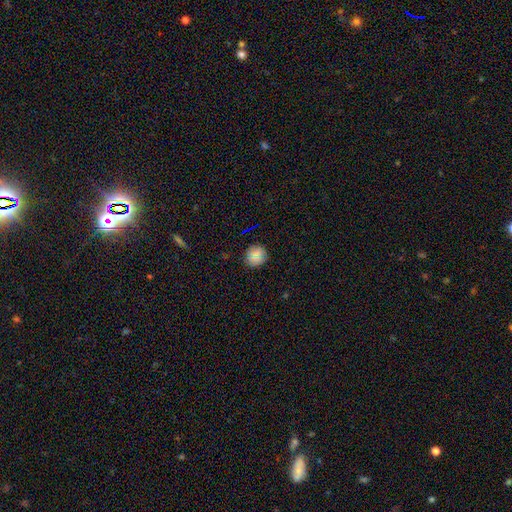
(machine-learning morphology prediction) A smooth galaxy with no disk features (77%) that is round (88%).

Vote fractions:
- Smooth or featured? smooth: 77% / star or artifact: 16% / featured or disk: 7%
- How rounded? round: 88% / in between: 11% / cigar-shaped: 1%
- Merging? none: 88% / minor disturbance: 9% / major disturbance: 2% / merger: 1%